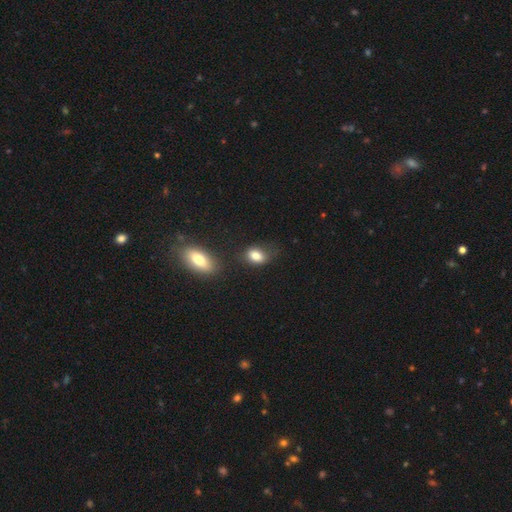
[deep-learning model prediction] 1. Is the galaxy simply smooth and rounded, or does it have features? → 83% smooth, 9% star or artifact, 8% featured or disk.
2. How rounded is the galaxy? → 78% in between, 20% round, 2% cigar-shaped.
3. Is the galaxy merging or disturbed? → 56% none, 25% minor disturbance, 10% merger, 9% major disturbance.